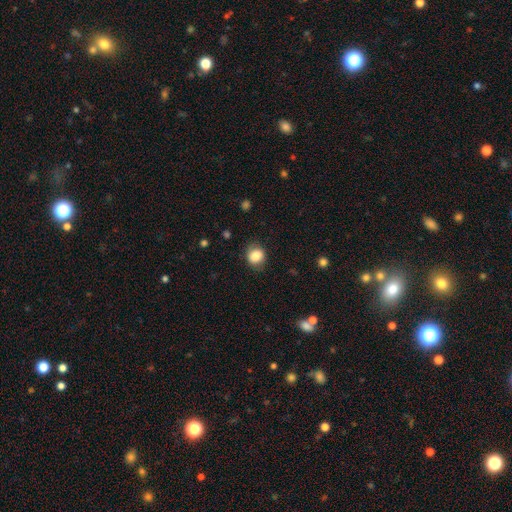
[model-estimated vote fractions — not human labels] Overall: smooth (84%). How rounded: round (70%). Merging: none (80%).